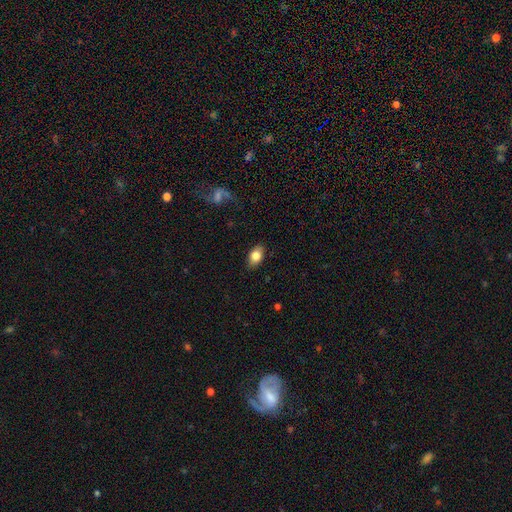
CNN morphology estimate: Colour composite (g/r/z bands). It shows a smooth galaxy with no disk features (81%) that is in between round and cigar-shaped (88%). Merging: none (86%).